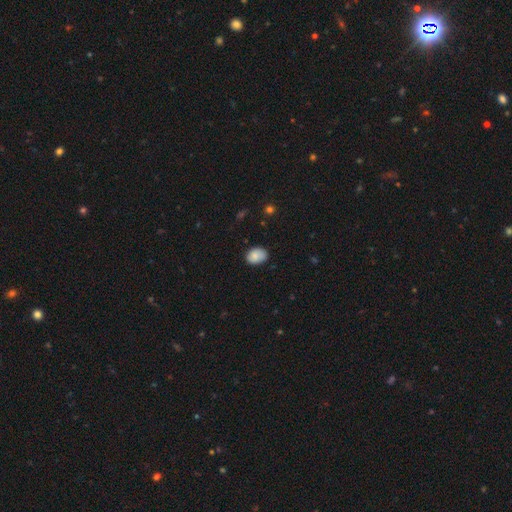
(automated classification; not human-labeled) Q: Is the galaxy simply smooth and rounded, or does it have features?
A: smooth — 85%.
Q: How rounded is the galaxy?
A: in between — 73%.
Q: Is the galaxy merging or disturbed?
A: none — 75%.